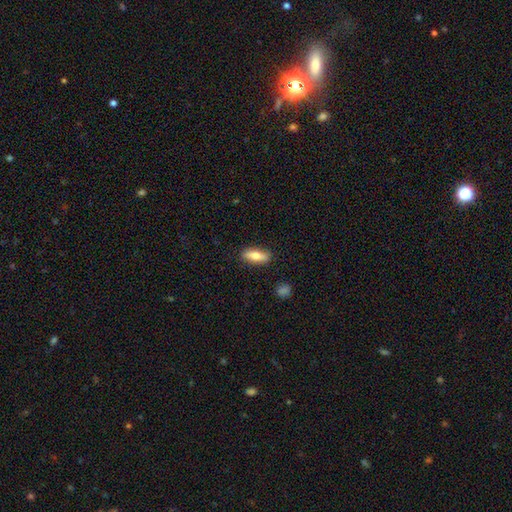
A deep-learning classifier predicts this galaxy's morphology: Smooth or featured? smooth (65%)
How rounded? in between (57%)
Merging? none (87%)